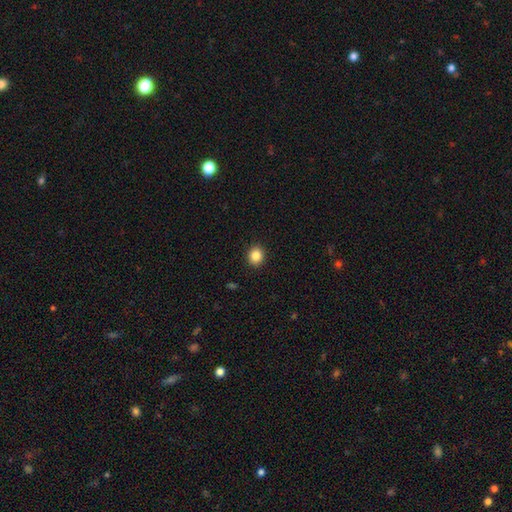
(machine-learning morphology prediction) Smooth or featured? Predicted: smooth (p=0.85). How rounded? Predicted: round (p=0.79). Merging? Predicted: none (p=0.92).